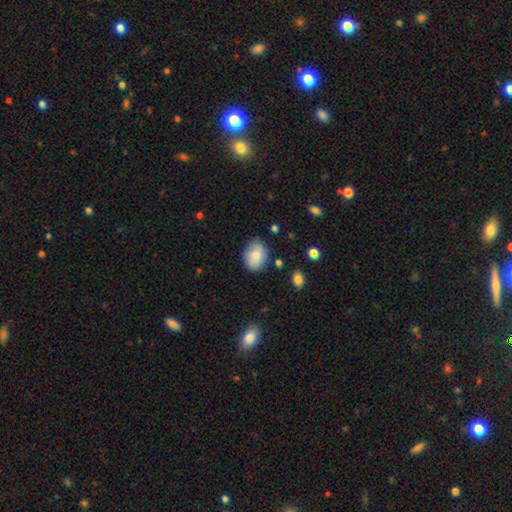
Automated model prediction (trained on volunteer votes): smooth-or-featured: smooth: 80% | featured or disk: 13% | star or artifact: 7%
  how-rounded: in between: 66% | round: 33% | cigar-shaped: 1%
  merging: none: 77% | minor disturbance: 17% | major disturbance: 3% | merger: 2%